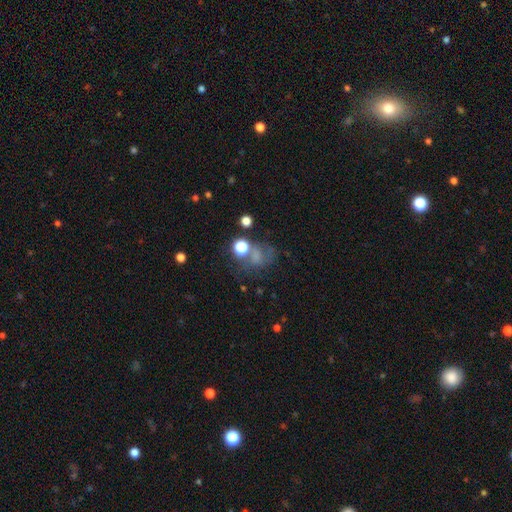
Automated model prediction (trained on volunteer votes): This is possibly a smooth galaxy (49%). Merging: marginally none (40%).